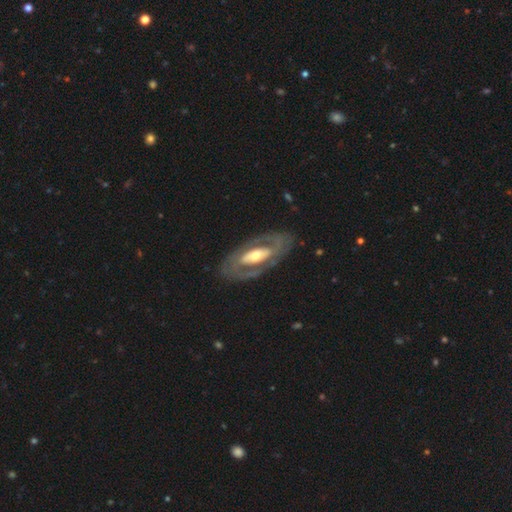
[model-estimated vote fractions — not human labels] featured or disk 78%, smooth 18%, star or artifact 4%. Down the decision tree: edge-on disk — no (90%); bar — no (44%); spiral arms — yes (62%); bulge size — moderate (61%); merging — none (80%).